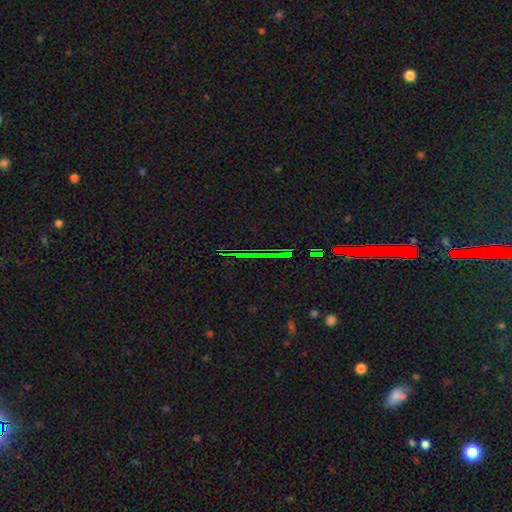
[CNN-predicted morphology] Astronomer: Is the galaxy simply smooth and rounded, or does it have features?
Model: star or artifact — 74%.